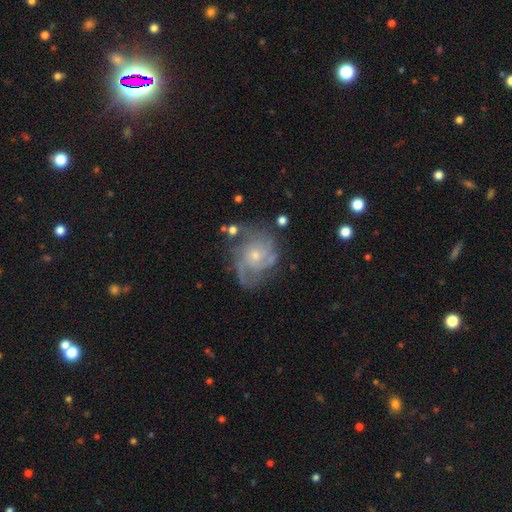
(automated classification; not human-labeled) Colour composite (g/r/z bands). It shows a featured or disk galaxy (82%) with no bar (77%), 3 (28%) medium (43%) spiral arms (93%) and a small central bulge (63%). Merging: none (61%).